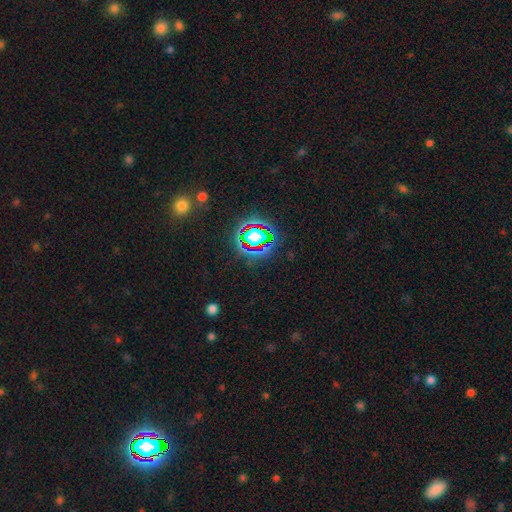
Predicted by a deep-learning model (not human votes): The model was most divided on "smooth or featured": star or artifact: 77%, smooth: 15%, featured or disk: 8%.